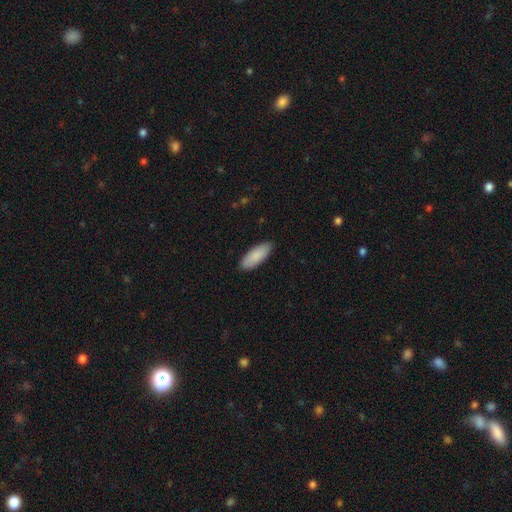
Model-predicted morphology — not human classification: type=smooth (88%); roundness=in between (78%); merging=none (87%).